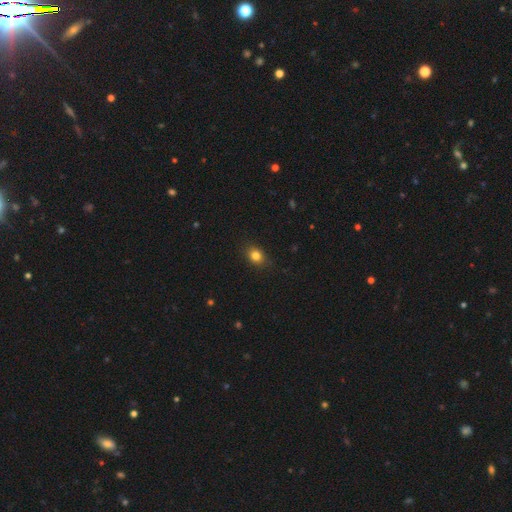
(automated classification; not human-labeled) A smooth galaxy with no disk features (82%) that is in between round and cigar-shaped (50%). Merging: none (86%).